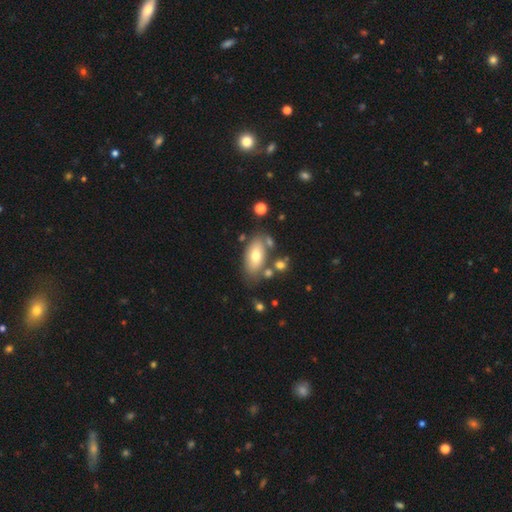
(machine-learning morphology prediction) Smooth or featured: smooth — 67% (featured or disk — 26%)
How rounded: in between — 90% (cigar-shaped — 6%)
Merging: none — 69% (minor disturbance — 16%)